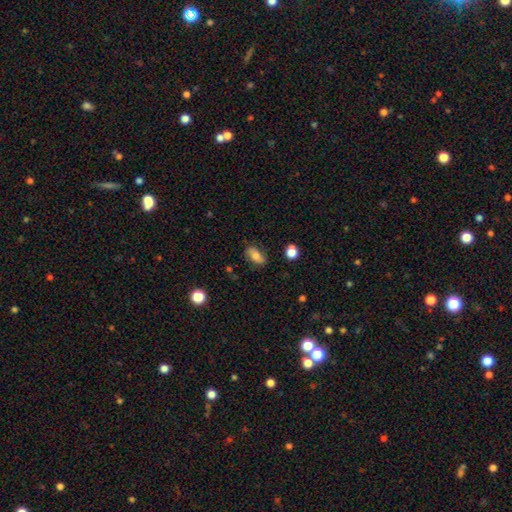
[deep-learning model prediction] Smooth or featured? smooth (72%)
How rounded? in between (84%)
Merging? none (79%)